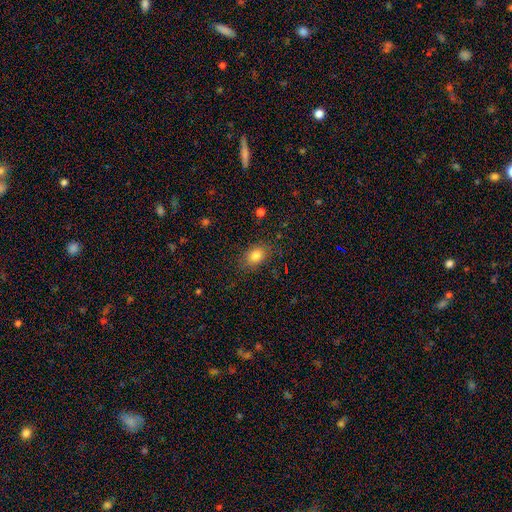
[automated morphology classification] Smooth or featured? Predicted: smooth (p=0.82). How rounded? Predicted: in between (p=0.77). Merging? Predicted: none (p=0.81).